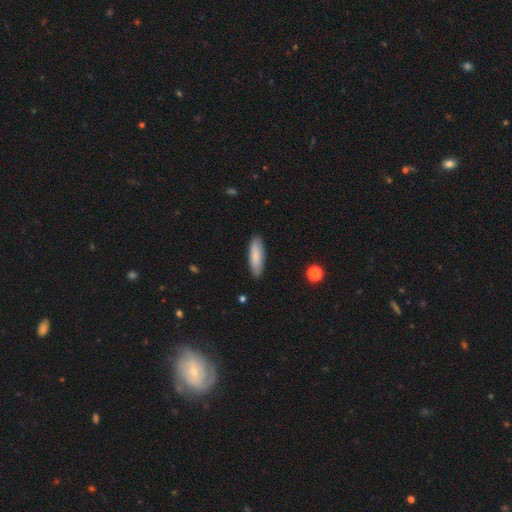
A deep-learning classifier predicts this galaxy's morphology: smooth 84%, featured or disk 10%, star or artifact 6%. Down the decision tree: how rounded — cigar-shaped (55%); merging — none (89%).